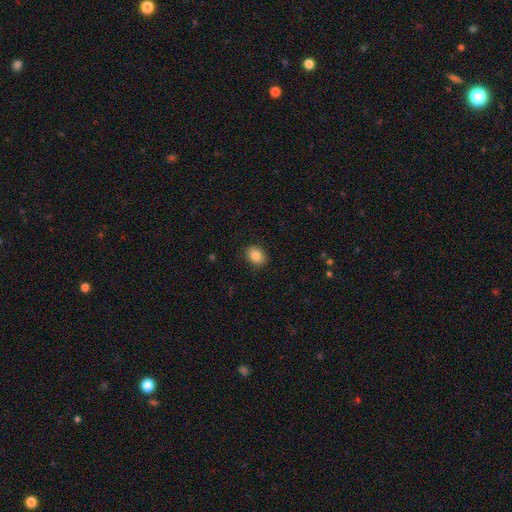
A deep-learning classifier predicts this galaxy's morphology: The model was most divided on "how rounded": in between: 55%, round: 44%, cigar-shaped: 1%. More confident: merging — none (89%); smooth or featured — smooth (84%).